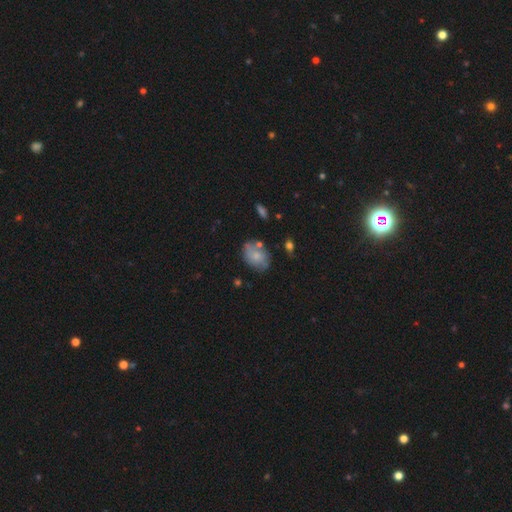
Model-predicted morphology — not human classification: smooth 64%, featured or disk 28%, star or artifact 8%. Down the decision tree: how rounded — in between (72%); merging — none (61%).